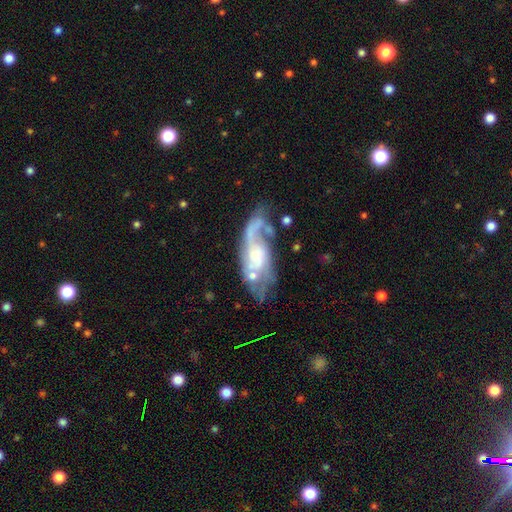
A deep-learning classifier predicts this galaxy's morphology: The model was most divided on "spiral winding": medium: 41%, loose: 38%, tight: 21%. Remaining: edge-on disk — no (91%); spiral arms — yes (87%); smooth or featured — featured or disk (80%); bar — no (59%); merging — none (48%); bulge size — small (42%); spiral arm count — 2 (41%).